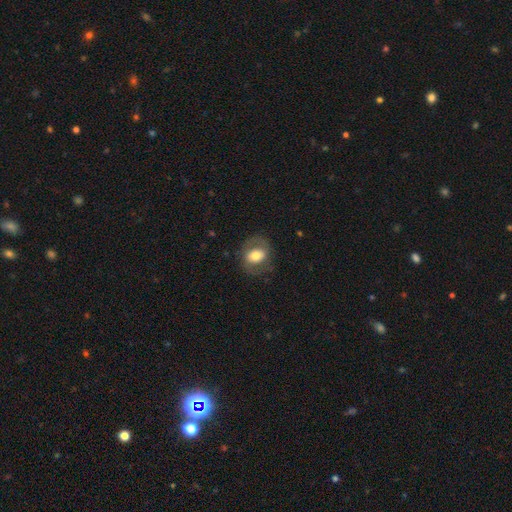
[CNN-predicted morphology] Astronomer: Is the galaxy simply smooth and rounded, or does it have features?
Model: smooth — 55% (runner-up: featured or disk, 37%).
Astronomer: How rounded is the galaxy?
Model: in between — 54% (runner-up: round, 45%).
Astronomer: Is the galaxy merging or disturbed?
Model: none — 73%.